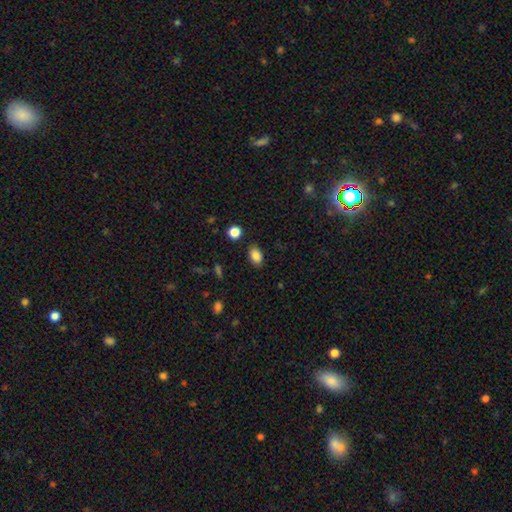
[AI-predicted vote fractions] smooth-or-featured: smooth: 86% | star or artifact: 9% | featured or disk: 5%
  how-rounded: in between: 85% | round: 13% | cigar-shaped: 2%
  merging: none: 85% | minor disturbance: 11% | major disturbance: 3% | merger: 2%